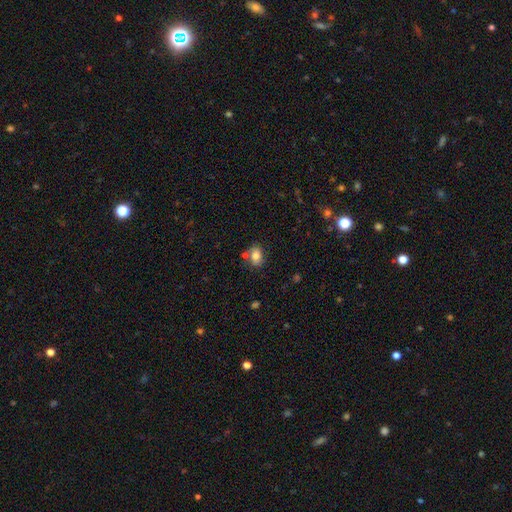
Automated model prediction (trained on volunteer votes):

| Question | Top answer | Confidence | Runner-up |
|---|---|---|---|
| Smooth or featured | smooth | 79% | featured or disk (11%) |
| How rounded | in between | 62% | round (37%) |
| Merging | none | 62% | merger (17%) |